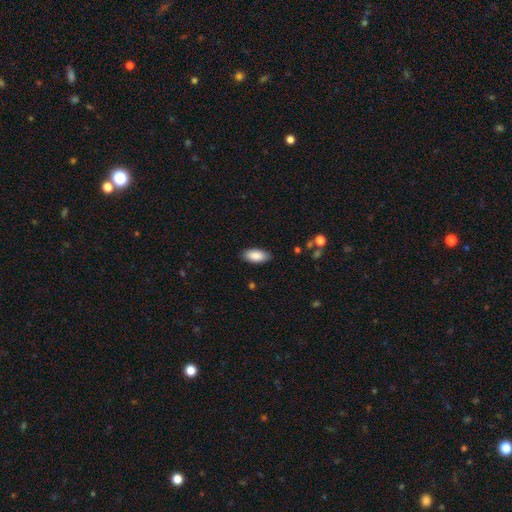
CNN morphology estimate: The model was most divided on "merging": none: 87%, minor disturbance: 10%, major disturbance: 2%, merger: 1%. More confident: how rounded — in between (91%); smooth or featured — smooth (89%).